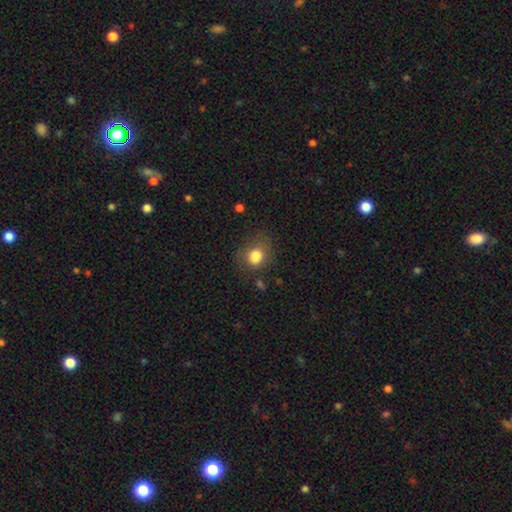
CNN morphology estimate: Smooth or featured? smooth (81%)
How rounded? round (65%)
Merging? none (64%)